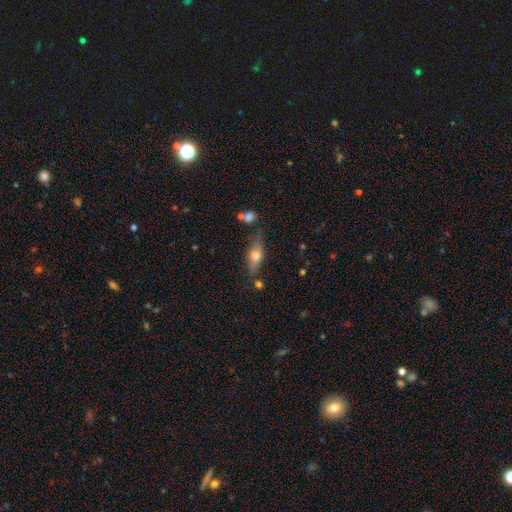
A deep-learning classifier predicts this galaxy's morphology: A smooth galaxy with no disk features (48%).

Vote fractions:
- Smooth or featured? smooth: 48% / featured or disk: 44% / star or artifact: 8%
- Merging? none: 68% / minor disturbance: 19% / merger: 7% / major disturbance: 6%